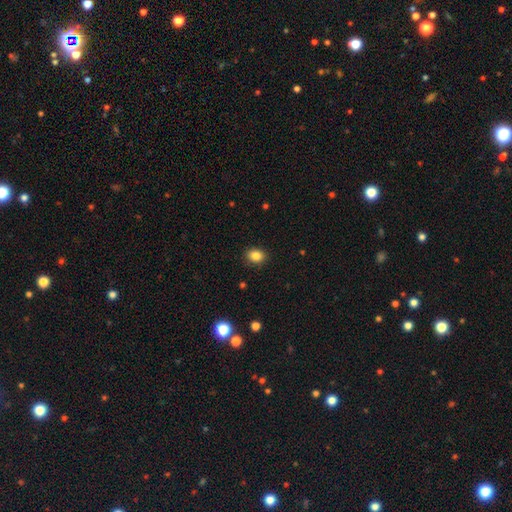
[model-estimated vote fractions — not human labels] This appears to be a smooth galaxy with no disk features (85%) that is in between round and cigar-shaped (56%). Merging: none (89%).